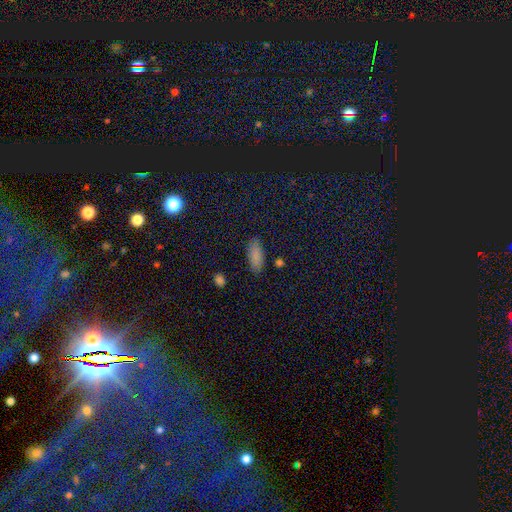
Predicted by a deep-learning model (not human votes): This is clearly a smooth galaxy (86%). How rounded: clearly in between (82%). Merging: clearly none (84%).